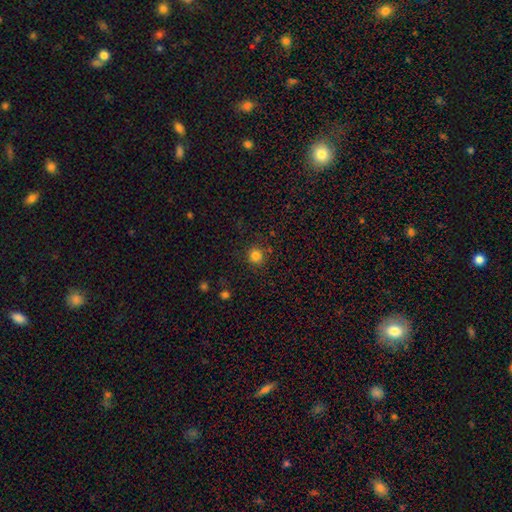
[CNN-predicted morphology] Smooth or featured? Predicted: smooth (p=0.82). How rounded? Predicted: round (p=0.93). Merging? Predicted: none (p=0.85).